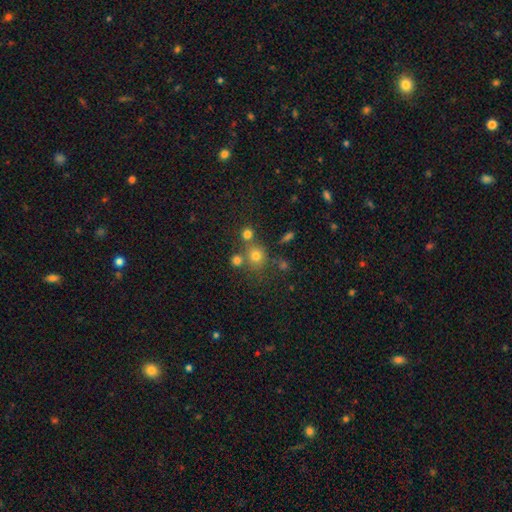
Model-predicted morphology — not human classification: Smooth or featured: smooth — 70% (star or artifact — 20%)
How rounded: round — 86% (in between — 13%)
Merging: none — 64% (merger — 22%)